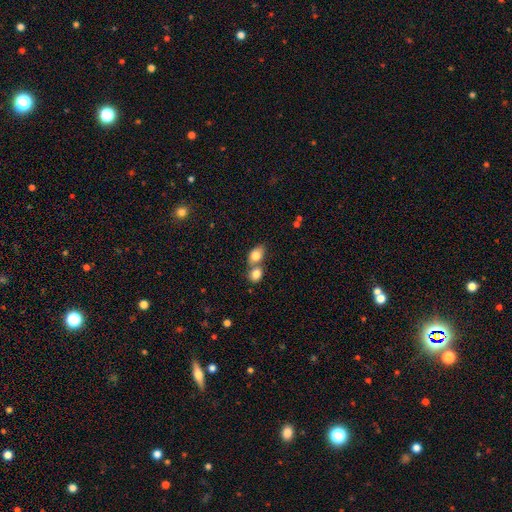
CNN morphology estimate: Overall: smooth (81%). How rounded: in between (71%). Merging: merger (55%; none 33%).